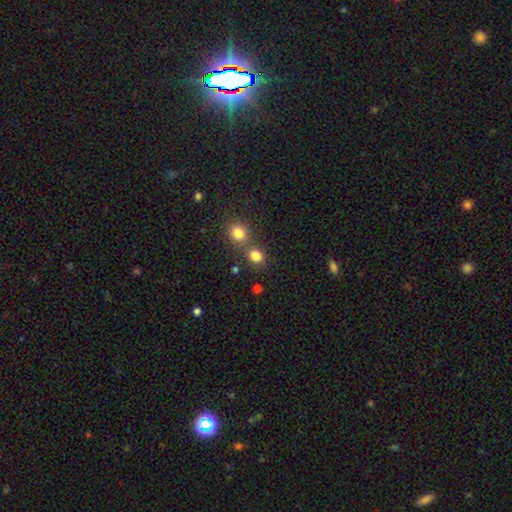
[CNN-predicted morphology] Overall: smooth (81%). How rounded: round (67%; in between 32%). Merging: none (60%; merger 28%).